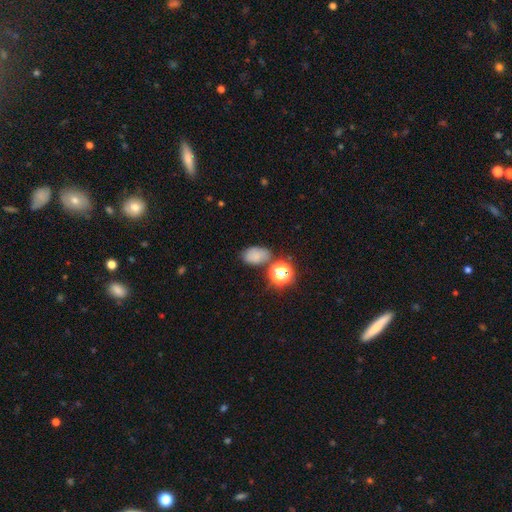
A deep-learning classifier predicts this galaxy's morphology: A smooth galaxy with no disk features (71%) that is in between round and cigar-shaped (81%). Merging: none (66%).